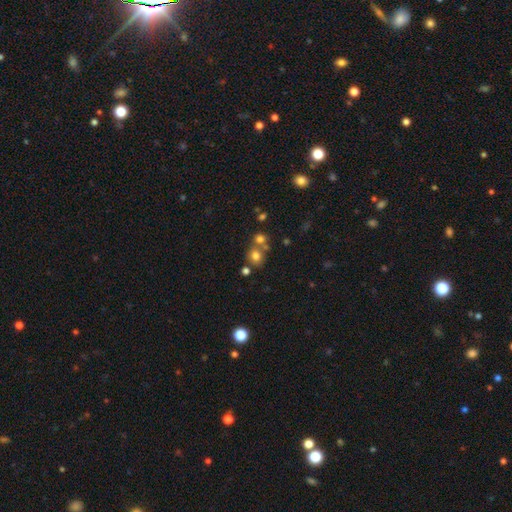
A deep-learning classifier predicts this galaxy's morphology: This appears to be a smooth galaxy with no disk features (73%) that is round (75%). Merging: none (55%).